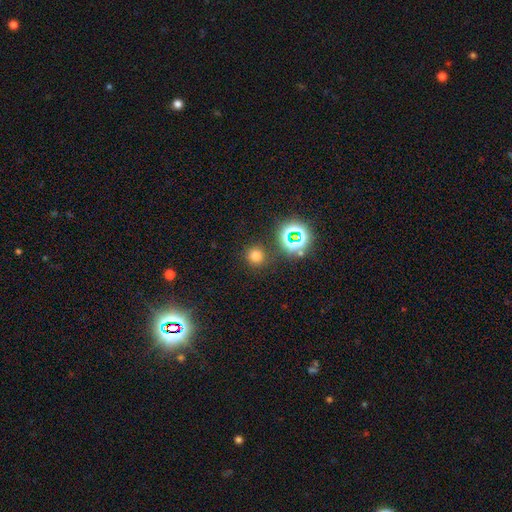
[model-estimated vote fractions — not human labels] This is likely a smooth galaxy (70%). How rounded: clearly round (93%). Merging: clearly none (86%).